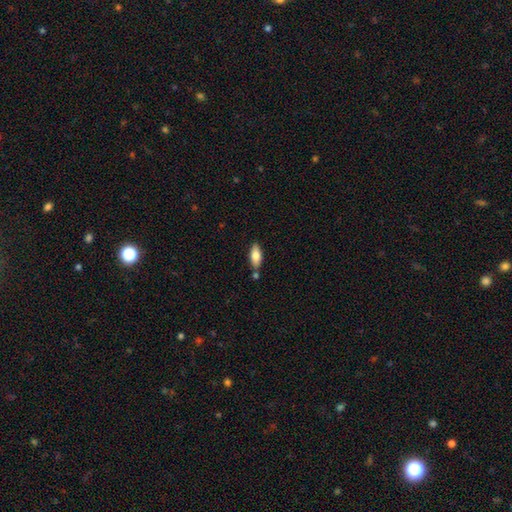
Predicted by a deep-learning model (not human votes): The model was most divided on "merging": none: 74%, minor disturbance: 13%, merger: 10%, major disturbance: 3%. More confident: how rounded — in between (82%); smooth or featured — smooth (77%).